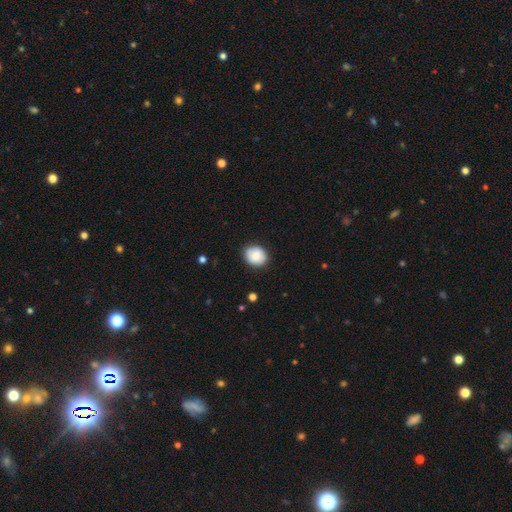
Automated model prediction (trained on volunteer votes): The model was most divided on "how rounded": round: 62%, in between: 37%, cigar-shaped: 1%. More confident: smooth or featured — smooth (86%); merging — none (85%).